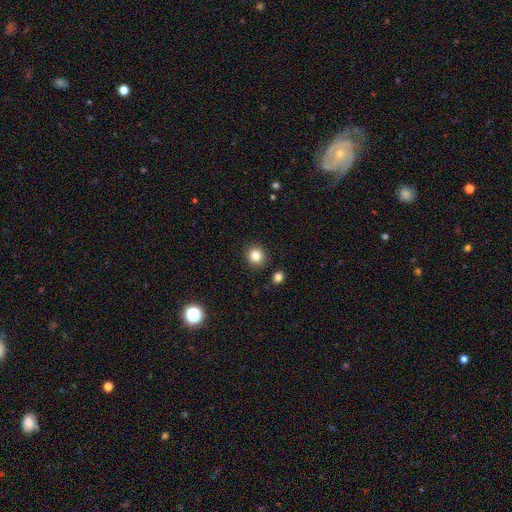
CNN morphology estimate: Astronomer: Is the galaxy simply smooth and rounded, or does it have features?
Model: smooth — 84%.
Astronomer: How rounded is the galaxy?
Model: round — 90%.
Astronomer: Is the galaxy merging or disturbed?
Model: none — 90%.